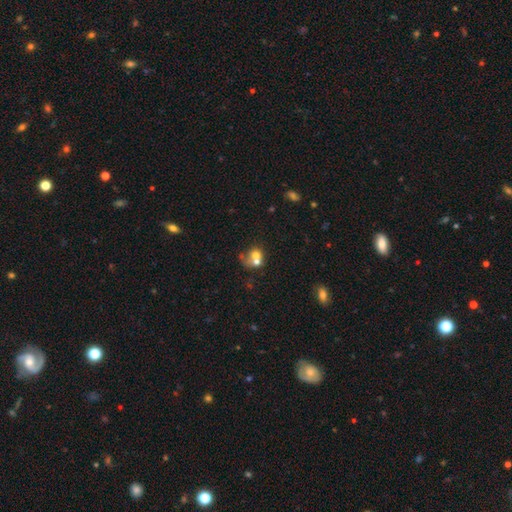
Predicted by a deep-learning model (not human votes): Smooth or featured: smooth — 59% (featured or disk — 27%)
How rounded: round — 66% (in between — 33%)
Merging: merger — 63% (none — 23%)